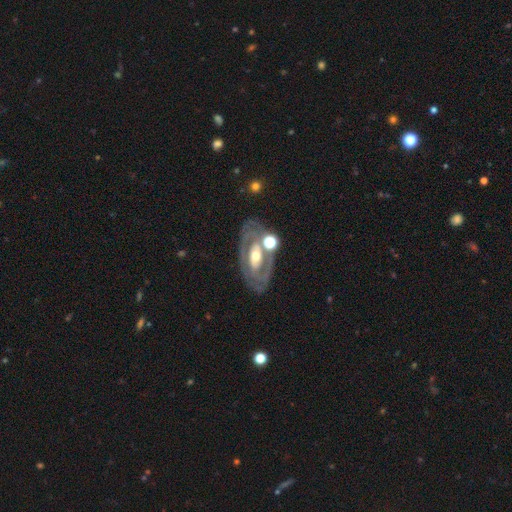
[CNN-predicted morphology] A featured or disk galaxy (75%) with no bar (56%), spiral arms (55%) and a moderate central bulge (64%).

Vote fractions:
- Smooth or featured? featured or disk: 75% / smooth: 18% / star or artifact: 7%
- Edge-on disk? no: 91% / yes: 9%
- Bar? no: 56% / weak: 24% / strong: 20%
- Spiral arms? yes: 55% / no: 45%
- Bulge size? moderate: 64% / small: 22% / large: 10% / dominant: 2% / none: 2%
- Merging? none: 66% / minor disturbance: 15% / merger: 11% / major disturbance: 8%